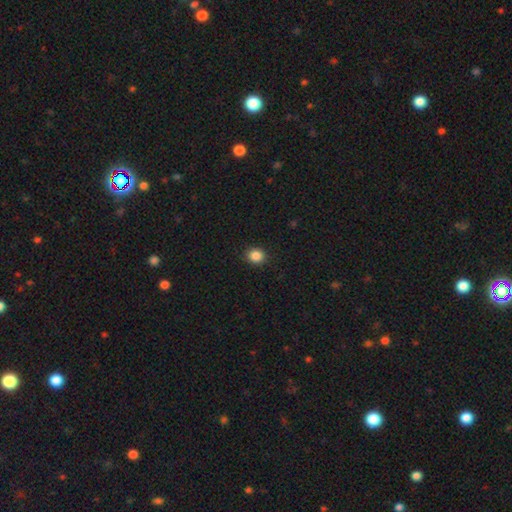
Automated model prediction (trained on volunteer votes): A smooth galaxy with no disk features (86%) that is round (75%).

Vote fractions:
- Smooth or featured? smooth: 86% / star or artifact: 10% / featured or disk: 3%
- How rounded? round: 75% / in between: 24% / cigar-shaped: 1%
- Merging? none: 90% / minor disturbance: 7% / major disturbance: 2% / merger: 1%